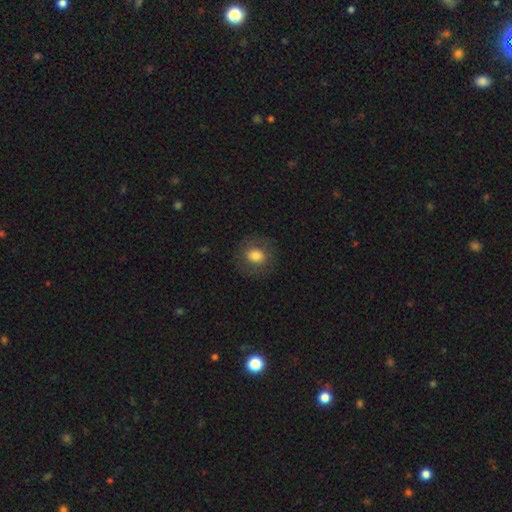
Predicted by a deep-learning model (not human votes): smooth 70%, featured or disk 21%, star or artifact 9%. Down the decision tree: how rounded — round (77%); merging — none (82%).